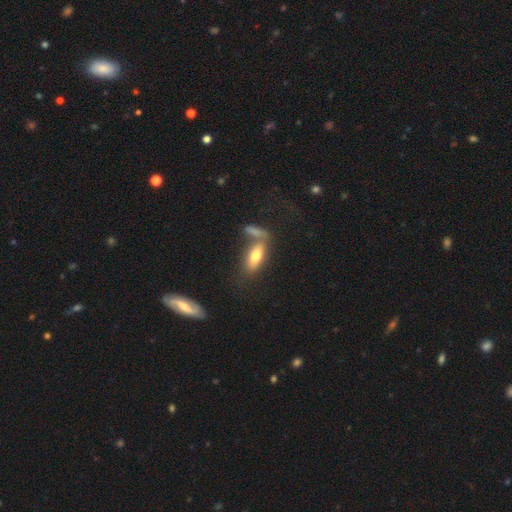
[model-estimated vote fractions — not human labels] smooth 70%, featured or disk 22%, star or artifact 8%. Down the decision tree: how rounded — in between (76%); merging — none (48%).